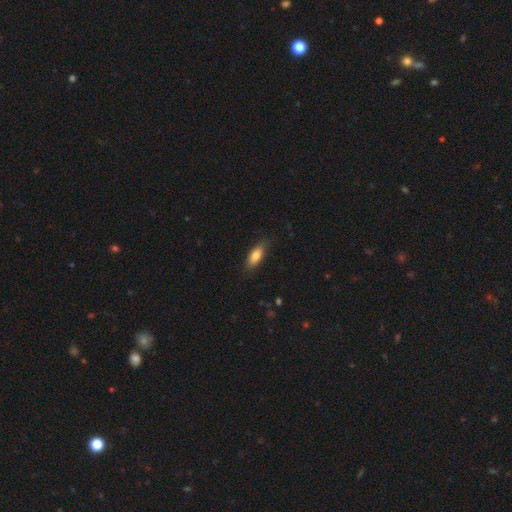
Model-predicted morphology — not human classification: Smooth or featured? Predicted: smooth (p=0.80). How rounded? Predicted: in between (p=0.73). Merging? Predicted: none (p=0.81).